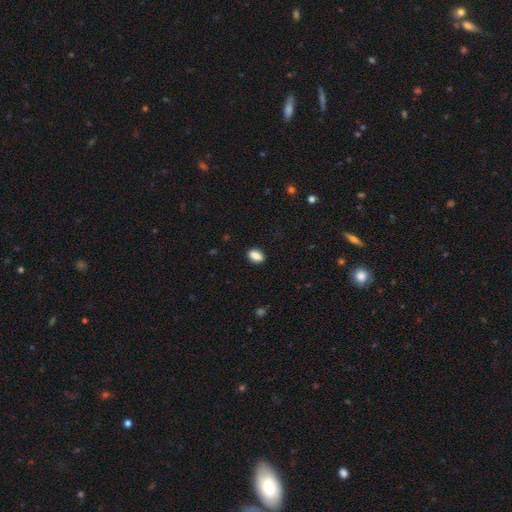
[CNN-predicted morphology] A smooth galaxy with no disk features (85%) that is in between round and cigar-shaped (83%). Merging: none (85%).